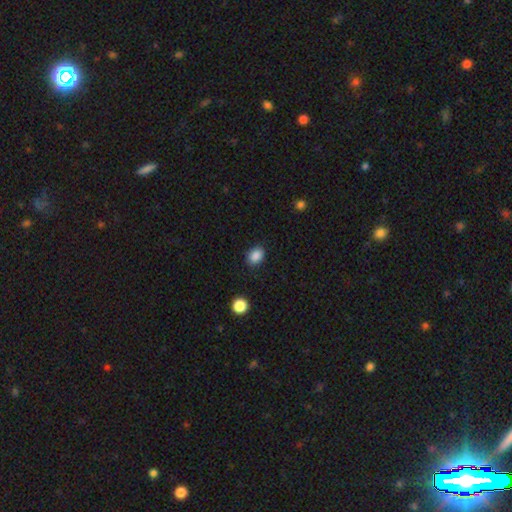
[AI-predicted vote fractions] smooth 87%, star or artifact 10%, featured or disk 3%. Down the decision tree: how rounded — in between (65%); merging — none (86%).